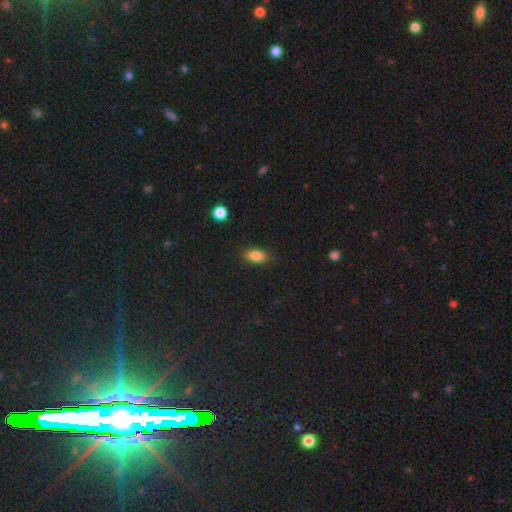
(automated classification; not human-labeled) Smooth or featured: smooth — 85% (star or artifact — 9%)
How rounded: in between — 87% (round — 9%)
Merging: none — 84% (minor disturbance — 12%)